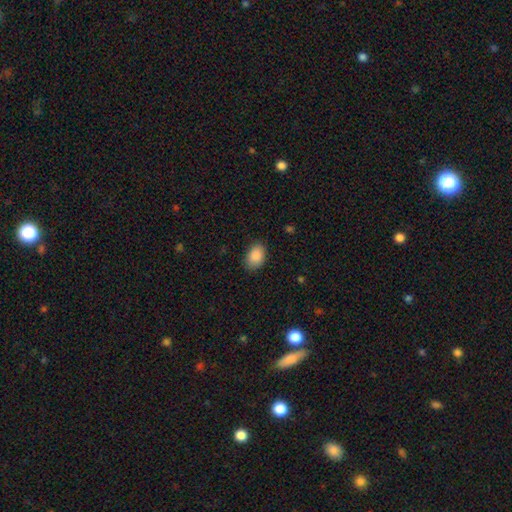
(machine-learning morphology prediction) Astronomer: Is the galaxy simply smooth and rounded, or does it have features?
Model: smooth — 89%.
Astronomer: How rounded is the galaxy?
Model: in between — 84%.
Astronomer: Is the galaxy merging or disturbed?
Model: none — 83%.